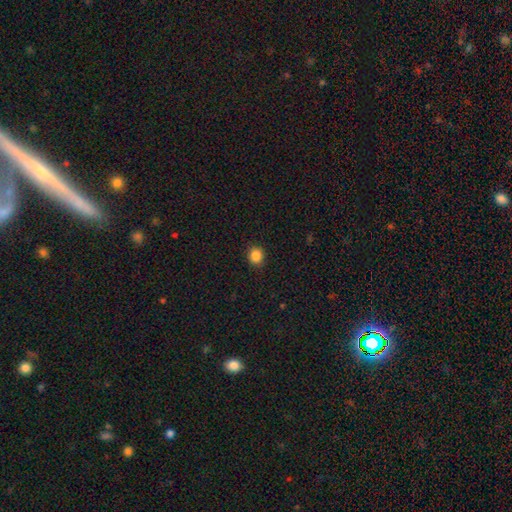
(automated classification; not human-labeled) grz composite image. It shows a smooth galaxy with no disk features (86%) that is round (78%). Merging: none (90%).